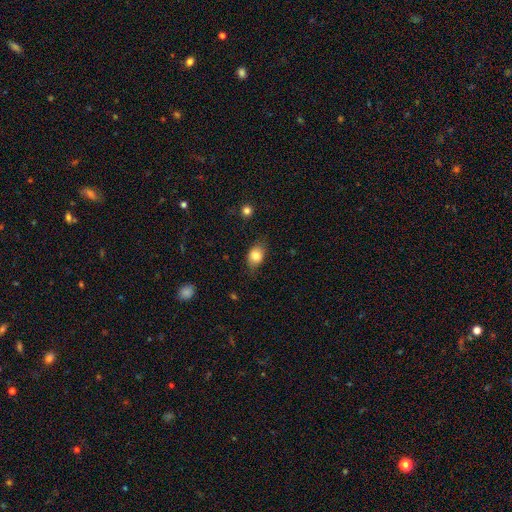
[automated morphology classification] A smooth galaxy with no disk features (81%) that is in between round and cigar-shaped (66%).

Vote fractions:
- Smooth or featured? smooth: 81% / featured or disk: 10% / star or artifact: 9%
- How rounded? in between: 66% / round: 32% / cigar-shaped: 2%
- Merging? none: 72% / minor disturbance: 21% / major disturbance: 5% / merger: 1%